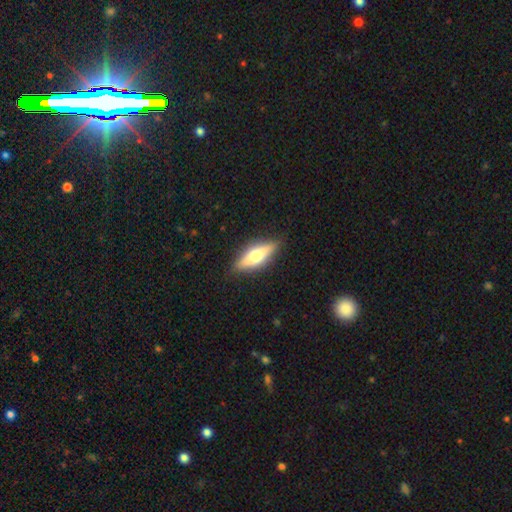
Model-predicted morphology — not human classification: A smooth galaxy with no disk features (50%). Merging: none (86%).